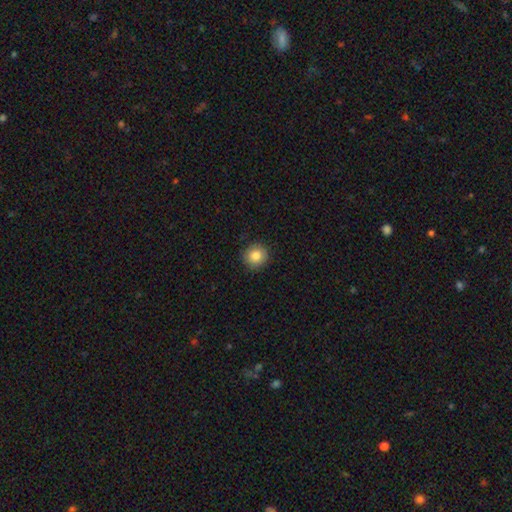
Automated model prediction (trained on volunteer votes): Smooth or featured?
  - smooth: 85% *
  - star or artifact: 9%
  - featured or disk: 6%
How rounded?
  - round: 91% *
  - in between: 8%
  - cigar-shaped: 1%
Merging?
  - none: 90% *
  - minor disturbance: 8%
  - major disturbance: 2%
  - merger: 1%